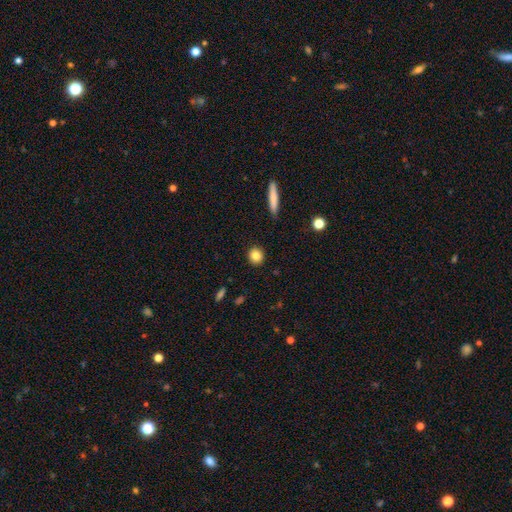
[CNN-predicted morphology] Smooth or featured? smooth (84%)
How rounded? round (84%)
Merging? none (91%)